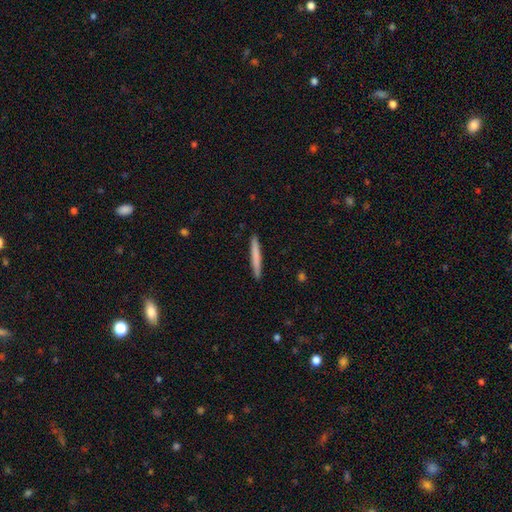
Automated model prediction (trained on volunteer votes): A smooth galaxy with no disk features (73%) that is cigar-shaped (97%).

Vote fractions:
- Smooth or featured? smooth: 73% / featured or disk: 22% / star or artifact: 5%
- How rounded? cigar-shaped: 97% / in between: 2% / round: 1%
- Merging? none: 93% / minor disturbance: 5% / major disturbance: 1% / merger: 1%